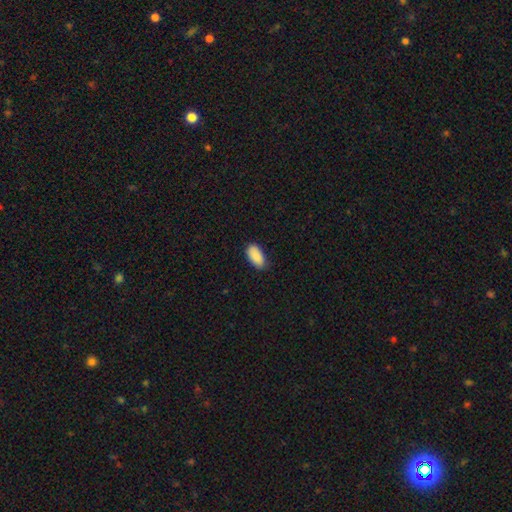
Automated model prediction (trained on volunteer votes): Smooth or featured? Predicted: smooth (p=0.90). How rounded? Predicted: in between (p=0.94). Merging? Predicted: none (p=0.81).